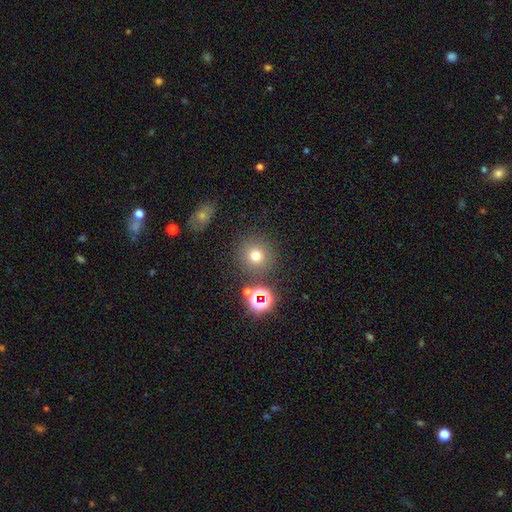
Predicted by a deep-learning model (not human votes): This appears to be a smooth galaxy with no disk features (71%) that is round (92%). Merging: none (81%).